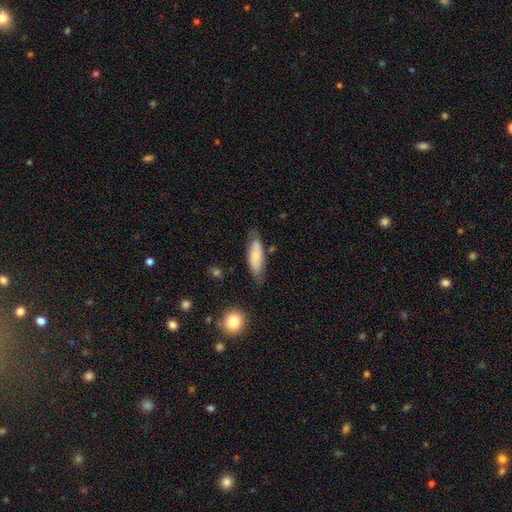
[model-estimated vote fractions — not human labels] Smooth or featured? smooth (72%)
How rounded? in between (57%)
Merging? none (69%)